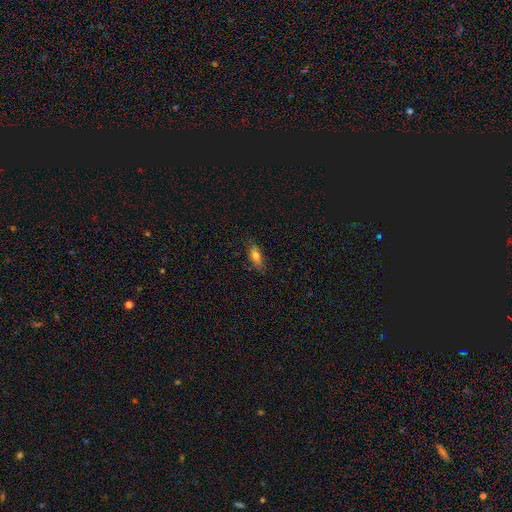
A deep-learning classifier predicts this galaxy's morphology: Overall: smooth (75%). How rounded: in between (73%). Merging: none (81%).